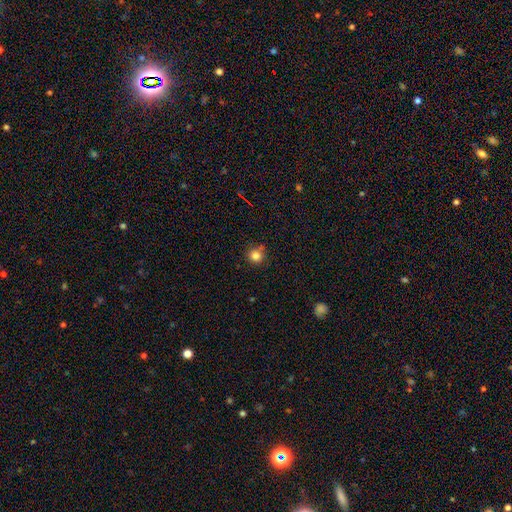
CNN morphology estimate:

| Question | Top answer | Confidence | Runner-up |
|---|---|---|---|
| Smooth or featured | smooth | 82% | star or artifact (13%) |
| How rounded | round | 92% | in between (7%) |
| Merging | none | 80% | minor disturbance (12%) |